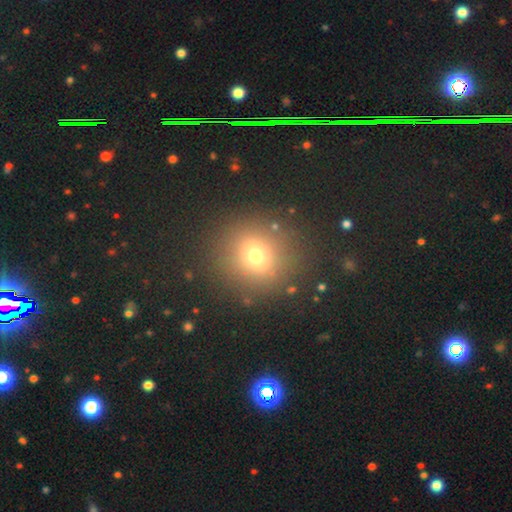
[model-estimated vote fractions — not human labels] Smooth or featured? Predicted: smooth (p=0.68). How rounded? Predicted: round (p=0.85). Merging? Predicted: none (p=0.86).